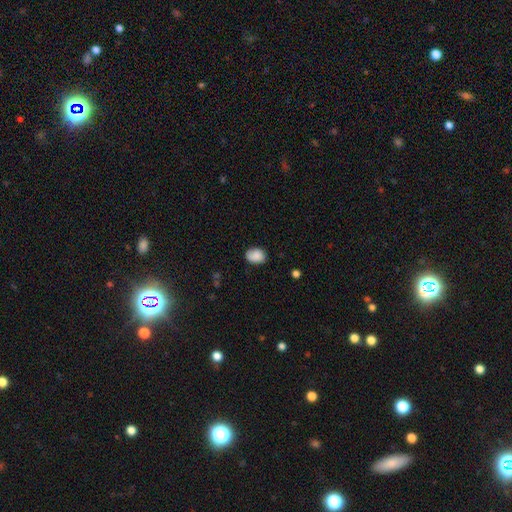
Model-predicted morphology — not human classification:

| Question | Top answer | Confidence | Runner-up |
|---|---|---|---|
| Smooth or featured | smooth | 86% | star or artifact (8%) |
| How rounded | in between | 71% | round (28%) |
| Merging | none | 77% | minor disturbance (18%) |